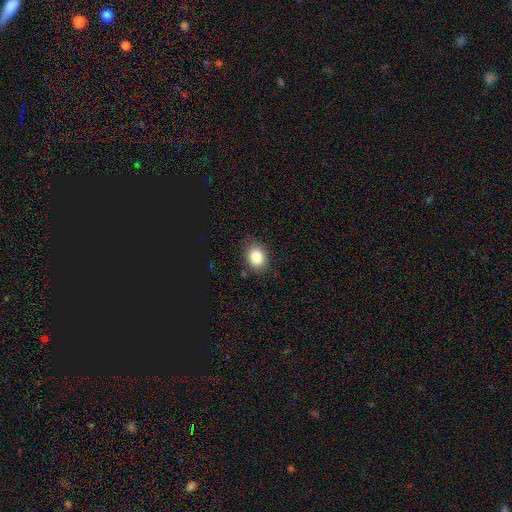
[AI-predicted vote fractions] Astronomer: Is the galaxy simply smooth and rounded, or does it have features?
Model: smooth — 84%.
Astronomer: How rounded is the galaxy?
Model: in between — 60% (runner-up: round, 39%).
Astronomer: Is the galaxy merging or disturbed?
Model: none — 84%.